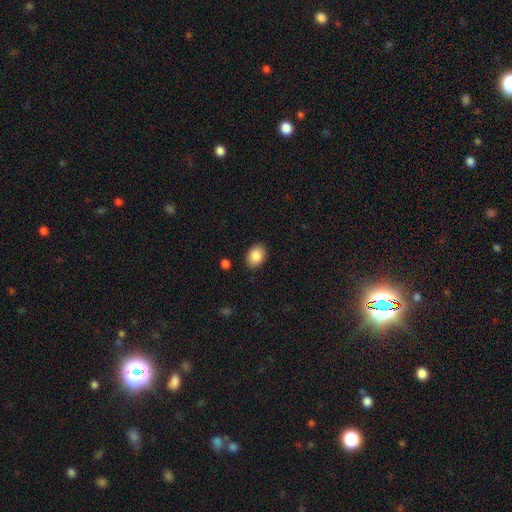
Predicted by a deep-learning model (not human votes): smooth 86%, star or artifact 8%, featured or disk 6%. Down the decision tree: how rounded — in between (73%); merging — none (87%).